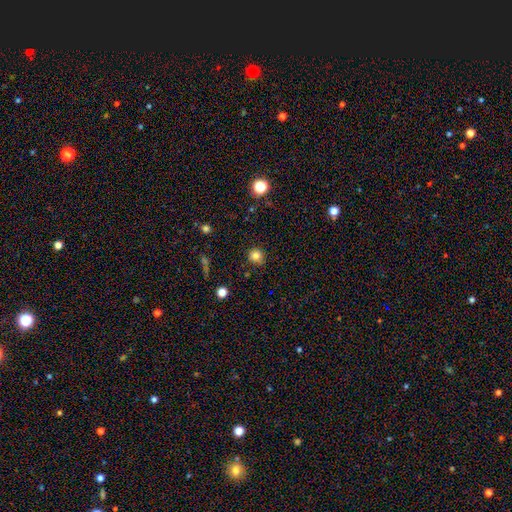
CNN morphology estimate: Q: Smooth or featured?
A: smooth (81%); runner-up: star or artifact (13%)
Q: How rounded?
A: round (92%); runner-up: in between (7%)
Q: Merging?
A: none (88%); runner-up: minor disturbance (9%)